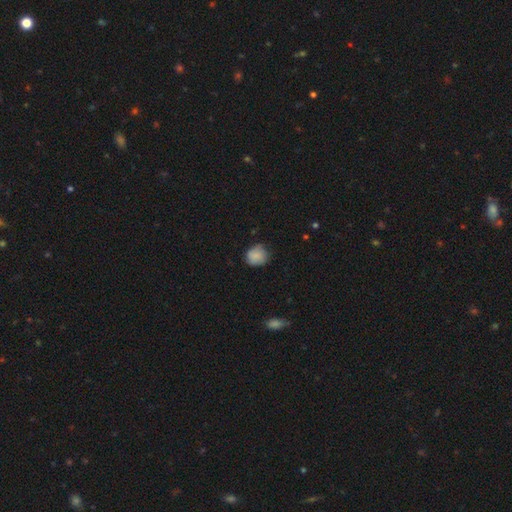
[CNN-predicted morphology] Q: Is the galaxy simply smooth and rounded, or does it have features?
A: smooth — 84%.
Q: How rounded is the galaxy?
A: round — 81%.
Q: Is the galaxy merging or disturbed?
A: none — 69%.